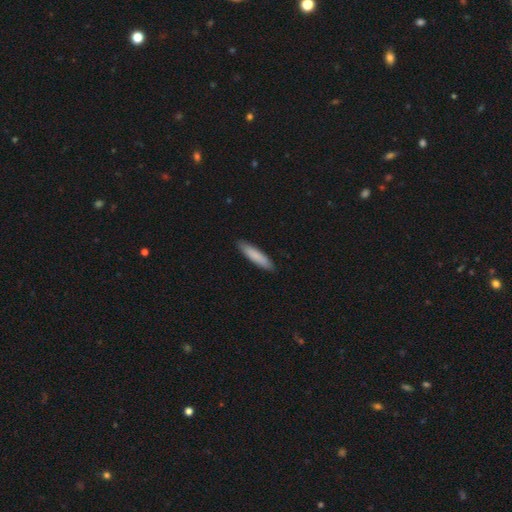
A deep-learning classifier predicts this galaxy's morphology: Smooth or featured: smooth — 85% (featured or disk — 10%)
How rounded: cigar-shaped — 81% (in between — 18%)
Merging: none — 89% (minor disturbance — 9%)